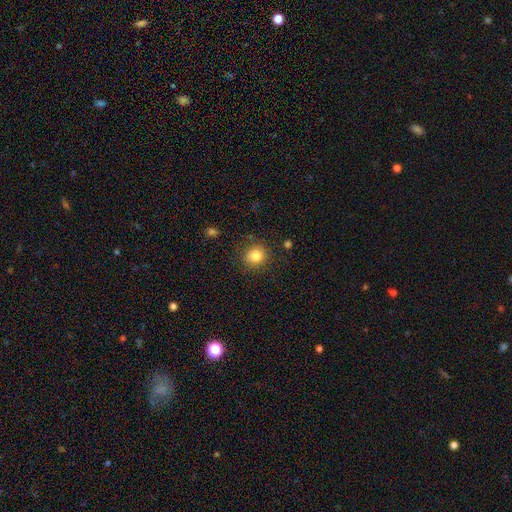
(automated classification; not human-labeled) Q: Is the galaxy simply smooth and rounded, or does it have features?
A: smooth — 83%.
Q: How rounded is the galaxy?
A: round — 85%.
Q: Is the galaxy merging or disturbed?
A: none — 87%.